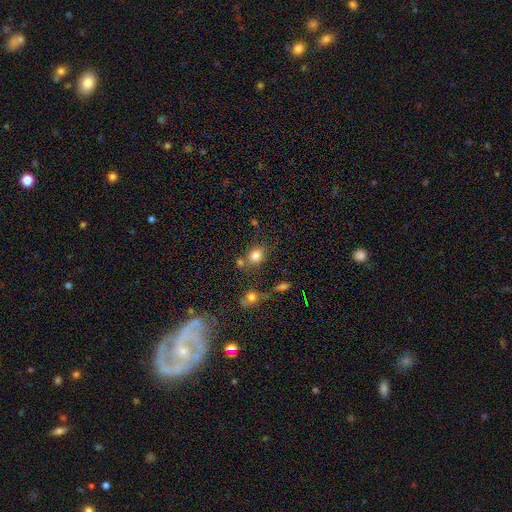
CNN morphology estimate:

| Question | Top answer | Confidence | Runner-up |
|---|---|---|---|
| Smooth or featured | smooth | 80% | star or artifact (12%) |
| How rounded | round | 55% | in between (44%) |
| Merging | none | 63% | merger (18%) |